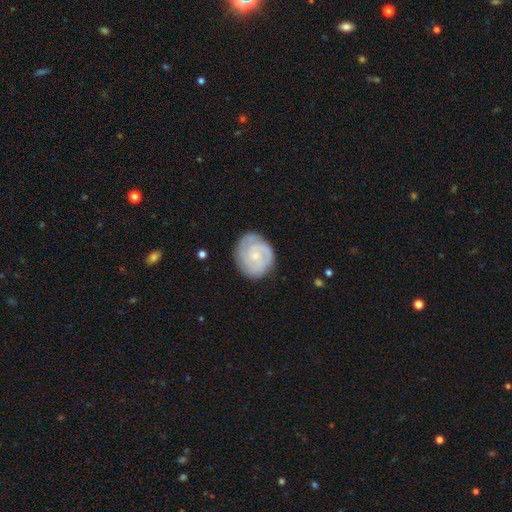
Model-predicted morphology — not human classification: Overall: featured or disk (75%). Edge-on disk: no (98%). Bar: no (74%). Spiral arms: yes (95%). Spiral arm count: 3 (32%; 2 31%). Spiral winding: tight (67%; medium 27%). Bulge size: small (71%). Merging: none (78%).